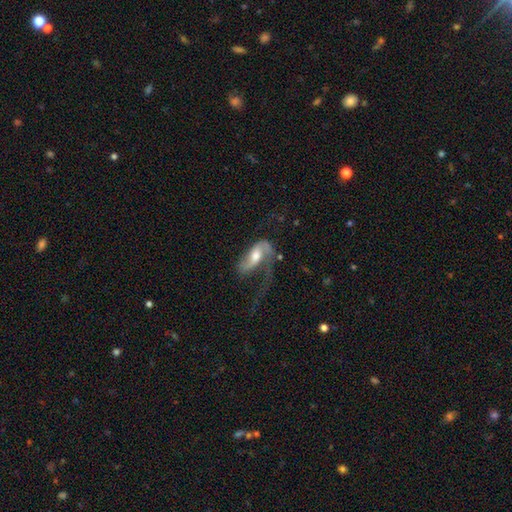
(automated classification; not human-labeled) smooth_or_featured: featured or disk (p=0.71) [alt: smooth p=0.23]
disk_edge_on: no (p=0.92) [alt: yes p=0.08]
bar: no (p=0.45) [alt: weak p=0.36]
has_spiral_arms: yes (p=0.87) [alt: no p=0.13]
spiral_winding: loose (p=0.65) [alt: medium p=0.26]
spiral_arm_count: 2 (p=0.54) [alt: 1 p=0.38]
bulge_size: moderate (p=0.63) [alt: large p=0.17]
merging: major disturbance (p=0.50) [alt: none p=0.28]